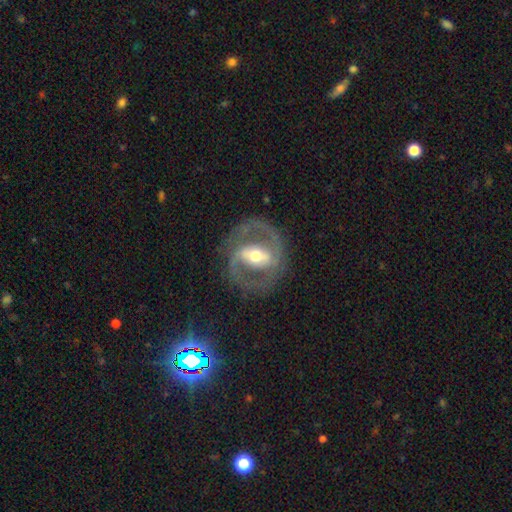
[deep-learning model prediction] Smooth or featured? Predicted: featured or disk (p=0.85). Edge-on disk? Predicted: no (p=0.95). Bar? Predicted: strong (p=0.54). Spiral arms? Predicted: yes (p=0.84). Spiral winding? Predicted: medium (p=0.55). Spiral arm count? Predicted: 2 (p=0.89). Bulge size? Predicted: moderate (p=0.69). Merging? Predicted: none (p=0.79).